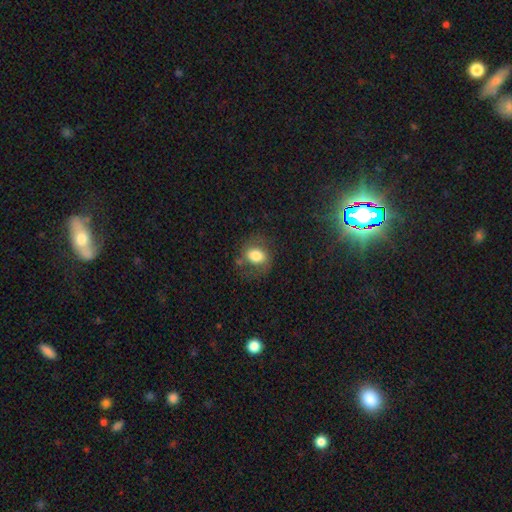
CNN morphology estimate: Smooth or featured? Predicted: smooth (p=0.71). How rounded? Predicted: in between (p=0.63). Merging? Predicted: none (p=0.61).